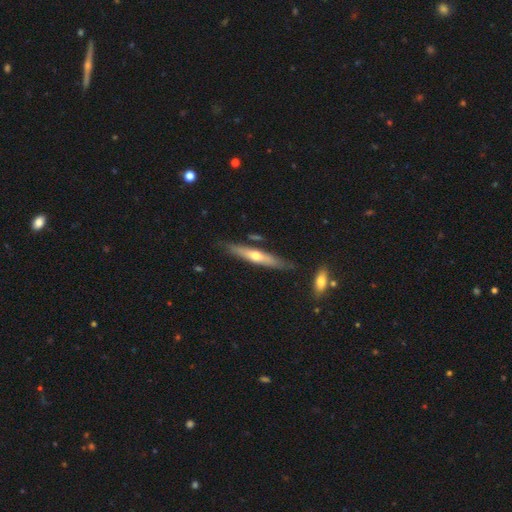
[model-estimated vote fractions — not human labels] Overall: featured or disk (51%; smooth 43%). Edge-on disk: yes (86%). Merging: none (79%).